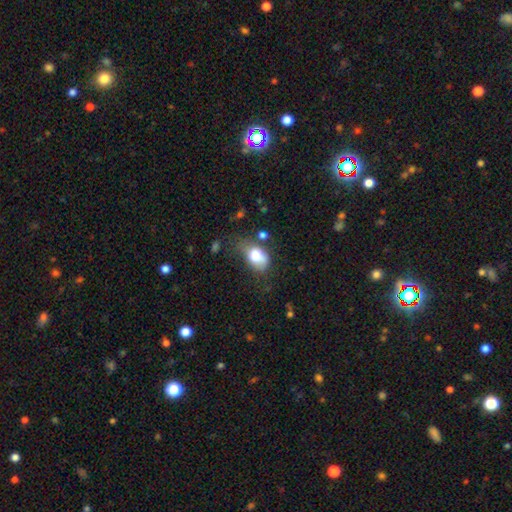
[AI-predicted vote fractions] Overall: smooth (75%). How rounded: in between (77%). Merging: none (36%; minor disturbance 35%).